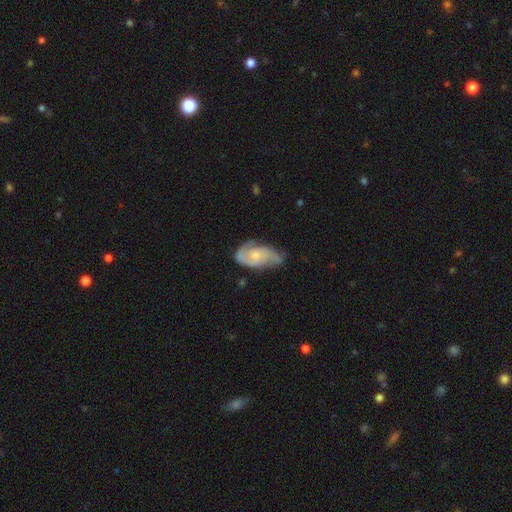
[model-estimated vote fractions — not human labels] A featured or disk galaxy (73%) with no bar (71%), 2 (64%) medium (45%) spiral arms (89%) and a small central bulge (52%).

Vote fractions:
- Smooth or featured? featured or disk: 73% / smooth: 22% / star or artifact: 6%
- Edge-on disk? no: 96% / yes: 4%
- Bar? no: 71% / weak: 25% / strong: 4%
- Spiral arms? yes: 89% / no: 11%
- Spiral winding? medium: 45% / tight: 35% / loose: 20%
- Spiral arm count? 2: 64% / can't tell: 17% / 3: 10% / 1: 5% / 4: 2% / more than 4: 2%
- Bulge size? small: 52% / moderate: 41% / none: 4% / large: 2% / dominant: 1%
- Merging? none: 47% / minor disturbance: 35% / major disturbance: 15% / merger: 3%